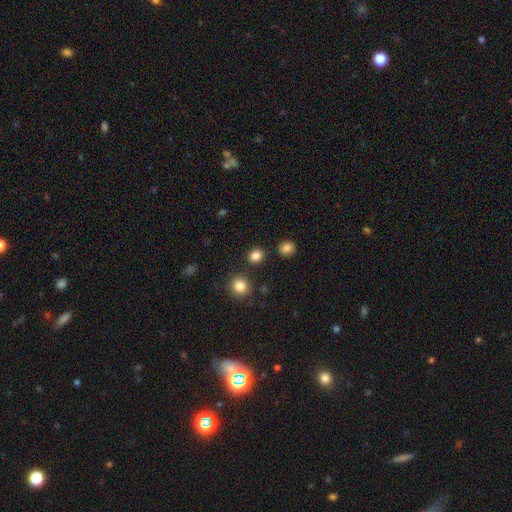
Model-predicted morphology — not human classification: Overall: smooth (83%). How rounded: round (78%). Merging: none (86%).